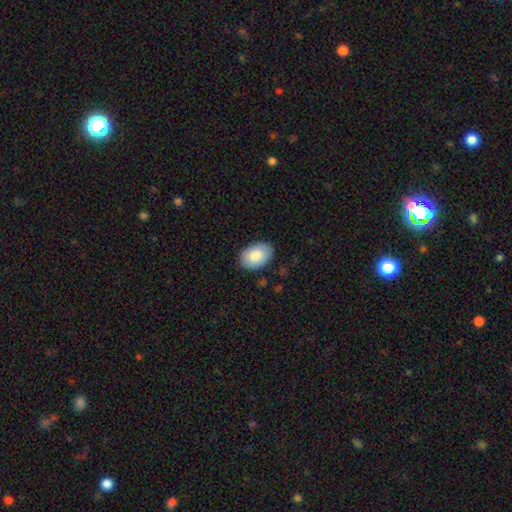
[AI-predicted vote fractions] A smooth galaxy with no disk features (84%) that is in between round and cigar-shaped (86%).

Vote fractions:
- Smooth or featured? smooth: 84% / featured or disk: 10% / star or artifact: 6%
- How rounded? in between: 86% / round: 13% / cigar-shaped: 1%
- Merging? none: 85% / minor disturbance: 11% / major disturbance: 2% / merger: 1%